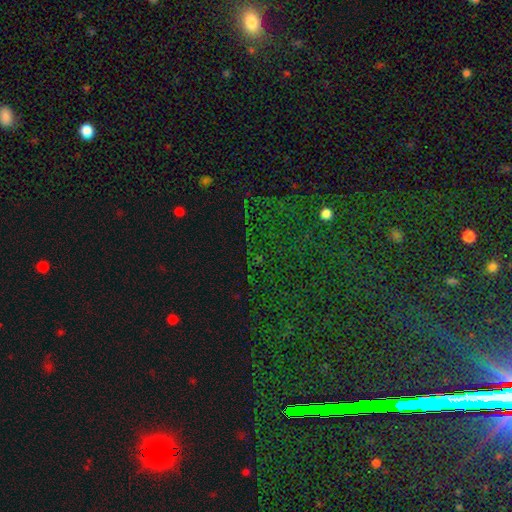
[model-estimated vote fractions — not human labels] smooth-or-featured: star or artifact: 81% | smooth: 10% | featured or disk: 9%